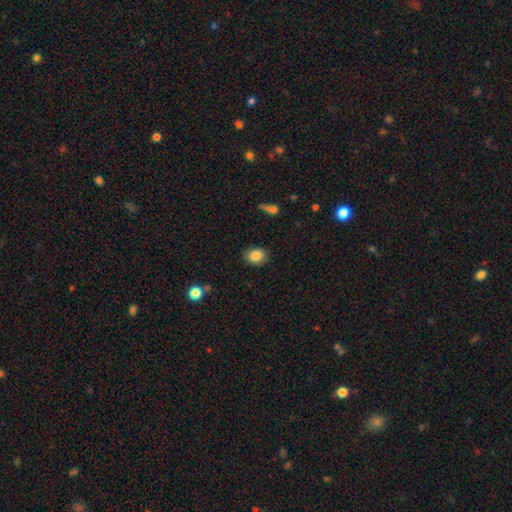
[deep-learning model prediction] This is clearly a smooth galaxy (84%). How rounded: possibly in between (54%). Merging: clearly none (85%).